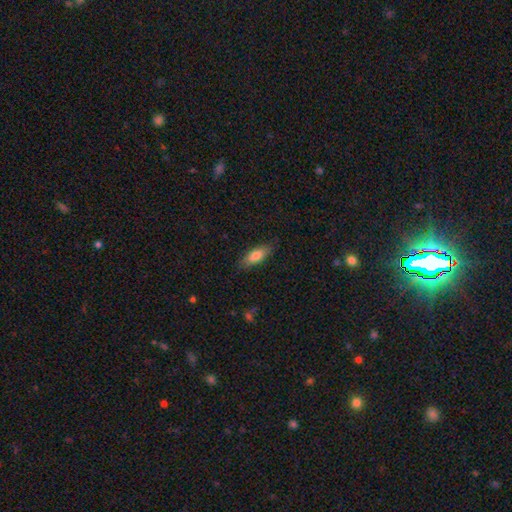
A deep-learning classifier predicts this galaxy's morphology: Overall: smooth (79%). How rounded: in between (69%). Merging: none (83%).